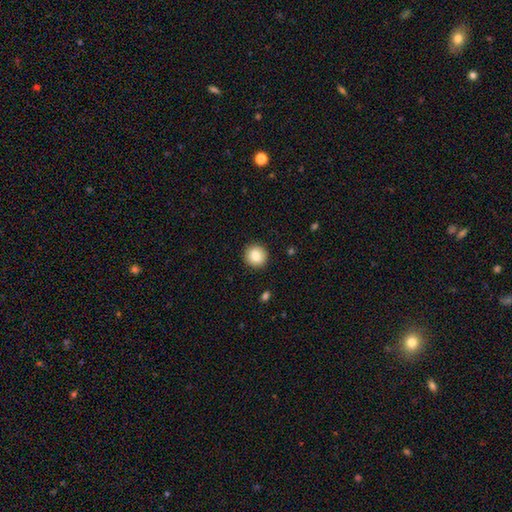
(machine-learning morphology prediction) A smooth galaxy with no disk features (87%) that is round (90%).

Vote fractions:
- Smooth or featured? smooth: 87% / star or artifact: 8% / featured or disk: 5%
- How rounded? round: 90% / in between: 9% / cigar-shaped: 1%
- Merging? none: 90% / minor disturbance: 7% / major disturbance: 2% / merger: 1%